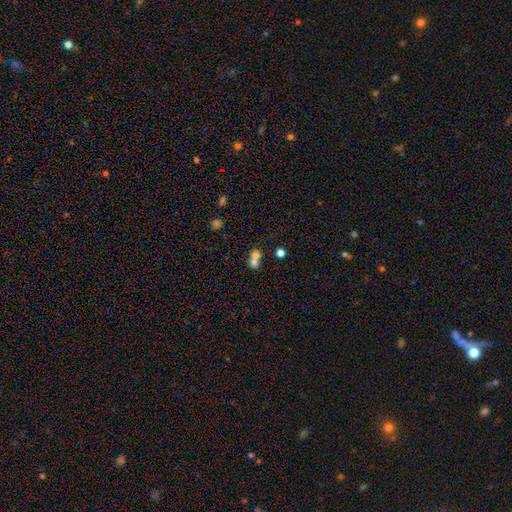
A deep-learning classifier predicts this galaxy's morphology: This appears to be a smooth galaxy with no disk features (67%) that is round (68%). Merging: merger (66%).